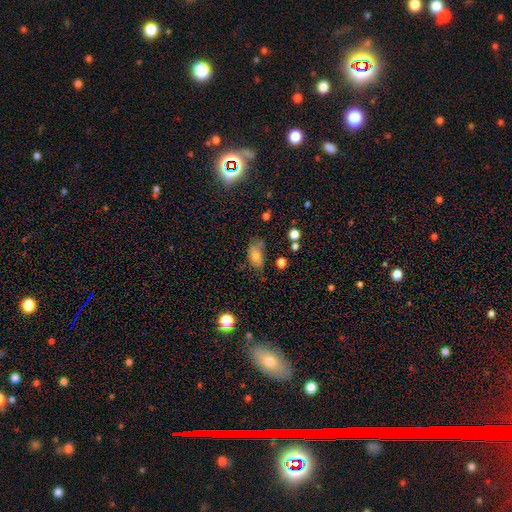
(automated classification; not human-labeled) smooth-or-featured: smooth: 64% | star or artifact: 19% | featured or disk: 17%
  how-rounded: in between: 87% | round: 9% | cigar-shaped: 4%
  merging: none: 54% | minor disturbance: 30% | major disturbance: 11% | merger: 4%